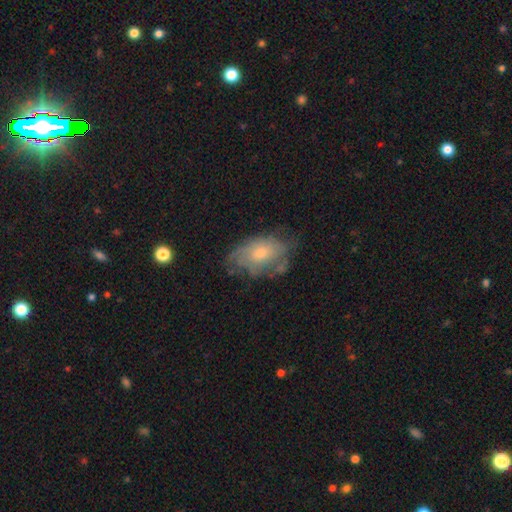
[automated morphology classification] Smooth or featured? featured or disk (49%)
Merging? none (52%)